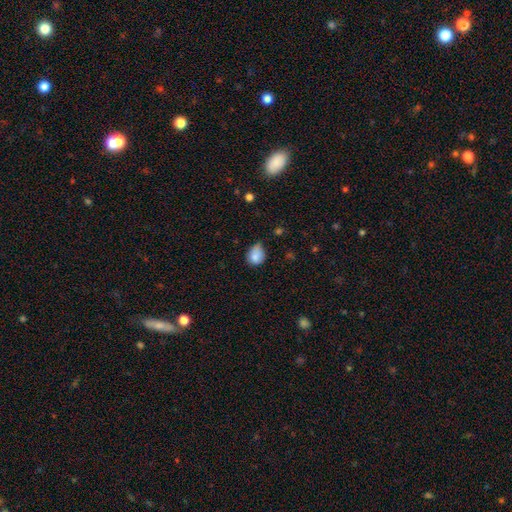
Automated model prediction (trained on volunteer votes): The model was most divided on "merging": minor disturbance: 46%, none: 41%, major disturbance: 11%, merger: 3%. More confident: smooth or featured — smooth (83%); how rounded — round (54%).